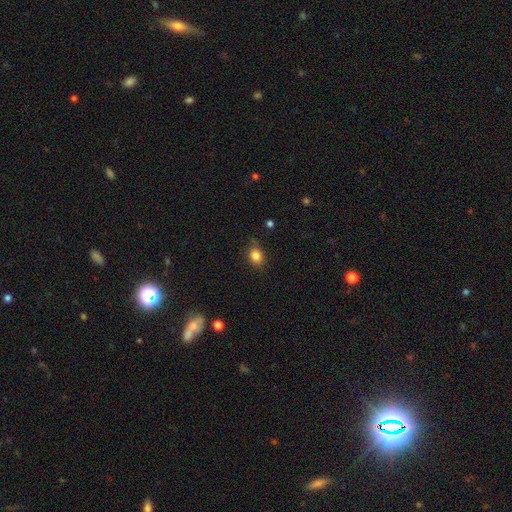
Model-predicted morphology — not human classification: Smooth or featured? Predicted: smooth (p=0.84). How rounded? Predicted: in between (p=0.51). Merging? Predicted: none (p=0.76).